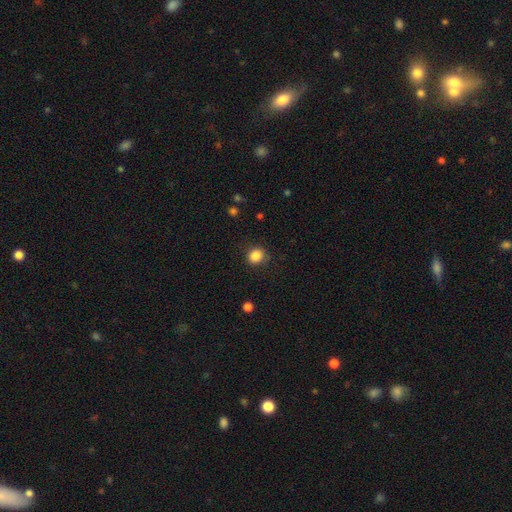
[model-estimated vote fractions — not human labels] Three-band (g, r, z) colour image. It shows a smooth galaxy with no disk features (86%) that is round (78%). Merging: none (85%).